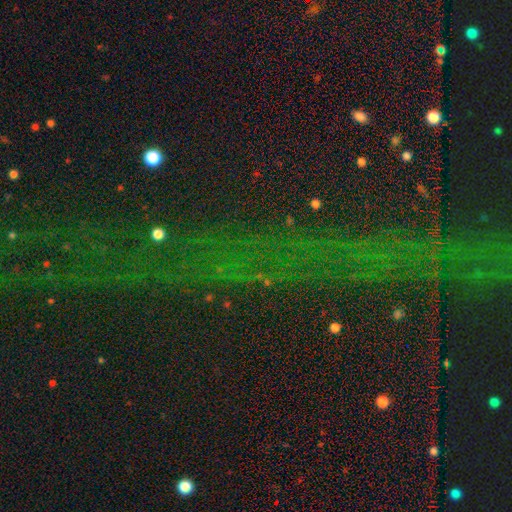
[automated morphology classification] smooth_or_featured: star or artifact (p=0.75) [alt: smooth p=0.14]